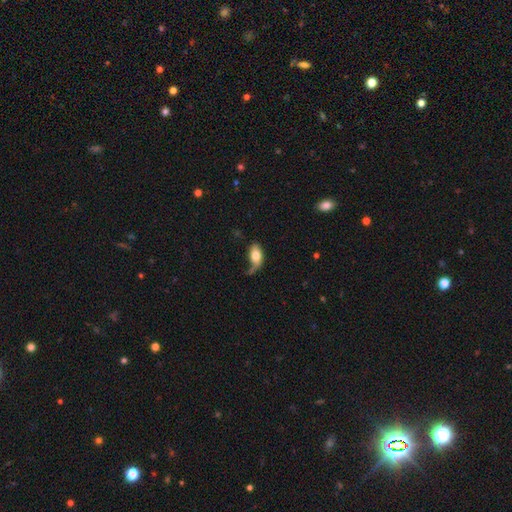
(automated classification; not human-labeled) A smooth galaxy with no disk features (71%) that is in between round and cigar-shaped (89%). Merging: none (33%).